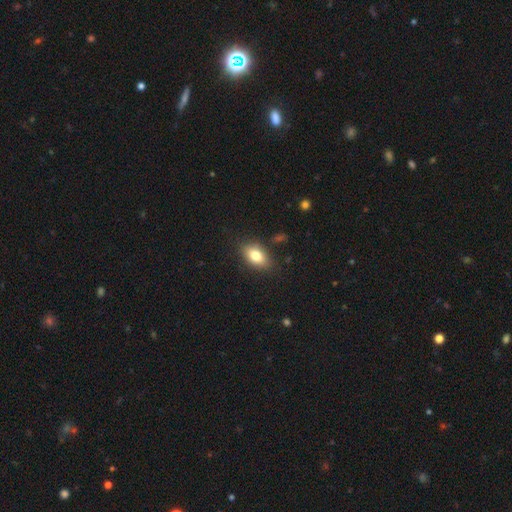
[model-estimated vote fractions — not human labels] Smooth or featured: smooth — 80% (featured or disk — 12%)
How rounded: in between — 88% (round — 10%)
Merging: none — 81% (minor disturbance — 13%)